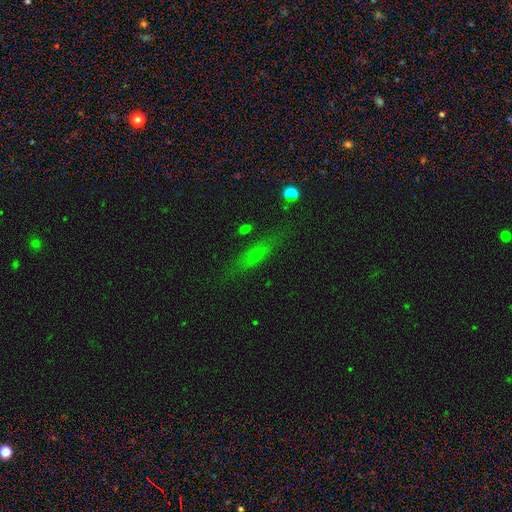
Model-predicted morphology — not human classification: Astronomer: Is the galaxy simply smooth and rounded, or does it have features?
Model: smooth — 42% (runner-up: featured or disk, 37%).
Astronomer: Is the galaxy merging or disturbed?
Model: none — 77%.